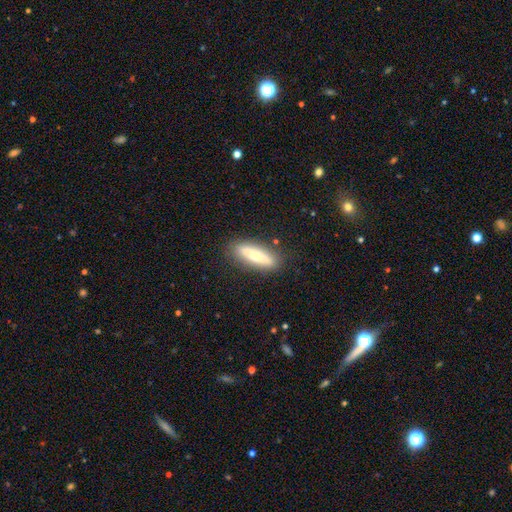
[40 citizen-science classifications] This appears to be a smooth galaxy with no disk features (45%, tied with featured or disk) that is cigar-shaped (72%). Merging: none (89%).